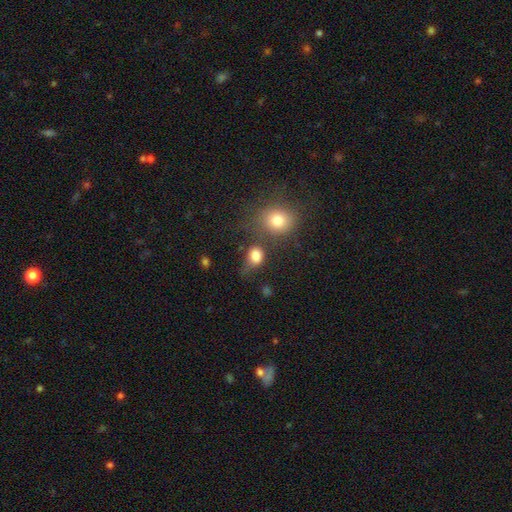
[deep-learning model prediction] smooth 81%, star or artifact 12%, featured or disk 7%. Down the decision tree: how rounded — in between (51%); merging — none (47%).